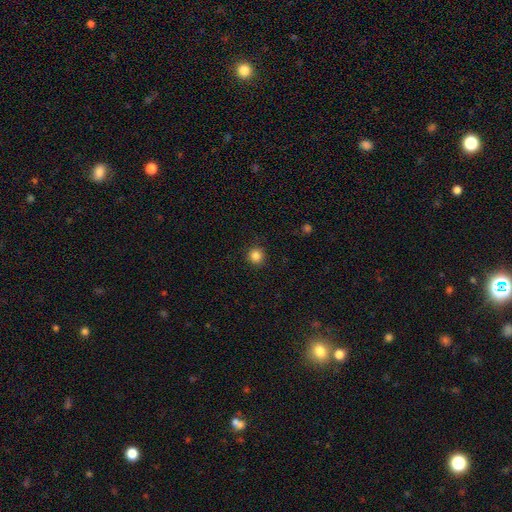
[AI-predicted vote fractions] Q: Smooth or featured?
A: smooth (85%); runner-up: star or artifact (11%)
Q: How rounded?
A: round (95%); runner-up: in between (4%)
Q: Merging?
A: none (91%); runner-up: minor disturbance (6%)